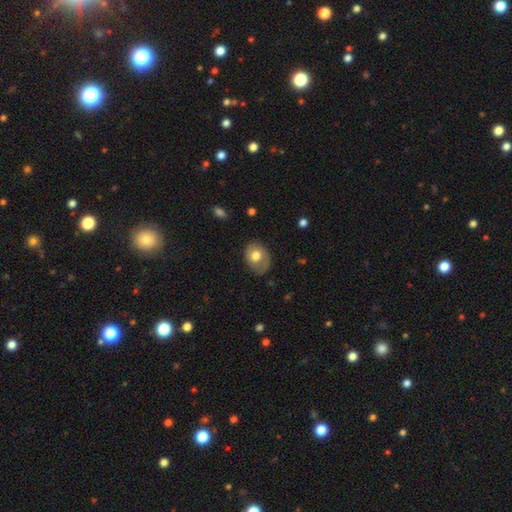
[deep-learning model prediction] Smooth or featured? smooth (68%)
How rounded? in between (59%)
Merging? none (69%)